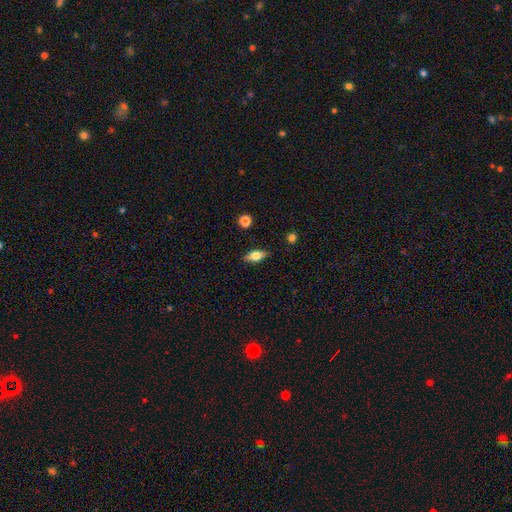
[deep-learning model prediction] A smooth galaxy with no disk features (65%) that is in between round and cigar-shaped (79%). Merging: none (86%).